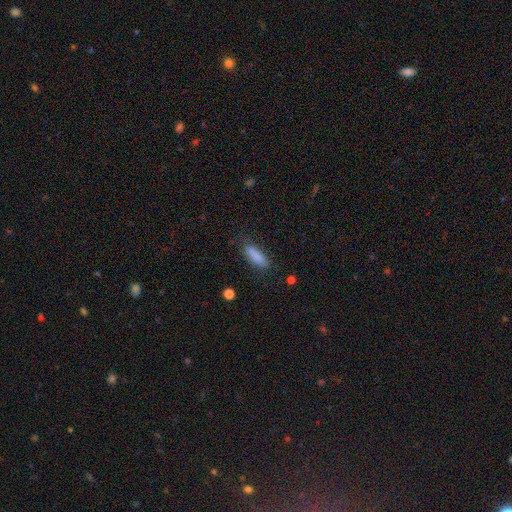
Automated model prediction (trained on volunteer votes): Q: Smooth or featured?
A: smooth (85%); runner-up: star or artifact (7%)
Q: How rounded?
A: in between (50%); runner-up: cigar-shaped (48%)
Q: Merging?
A: none (74%); runner-up: minor disturbance (18%)